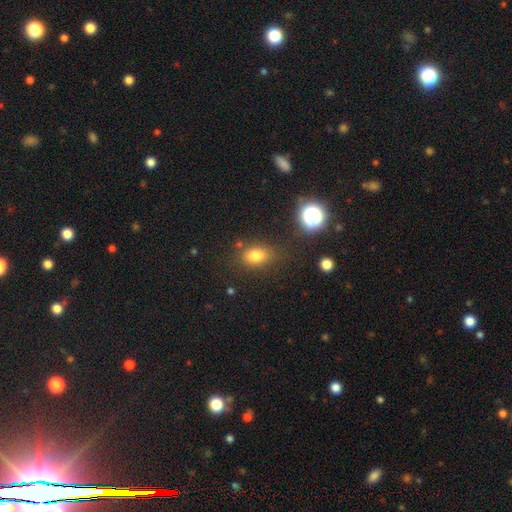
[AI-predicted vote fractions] Q: Smooth or featured?
A: smooth (77%); runner-up: star or artifact (15%)
Q: How rounded?
A: in between (73%); runner-up: round (25%)
Q: Merging?
A: none (75%); runner-up: minor disturbance (15%)